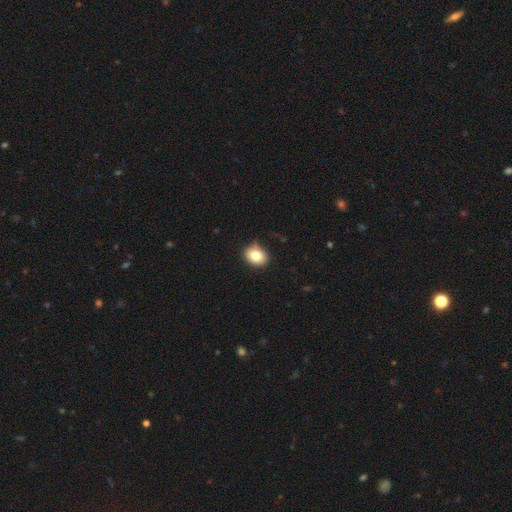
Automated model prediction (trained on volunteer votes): Overall: smooth (80%). How rounded: in between (51%; round 48%). Merging: none (80%).